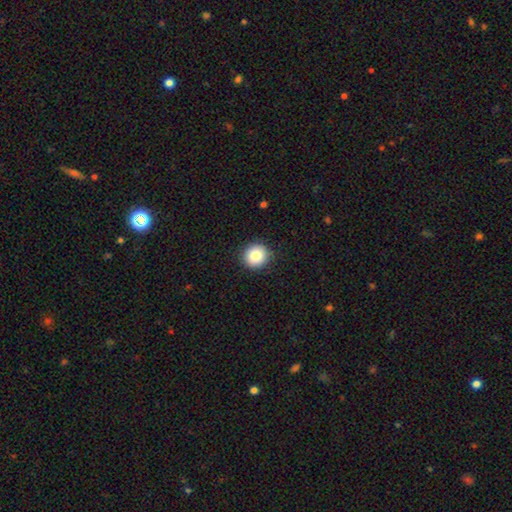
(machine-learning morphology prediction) Smooth or featured? smooth (83%)
How rounded? round (93%)
Merging? none (90%)